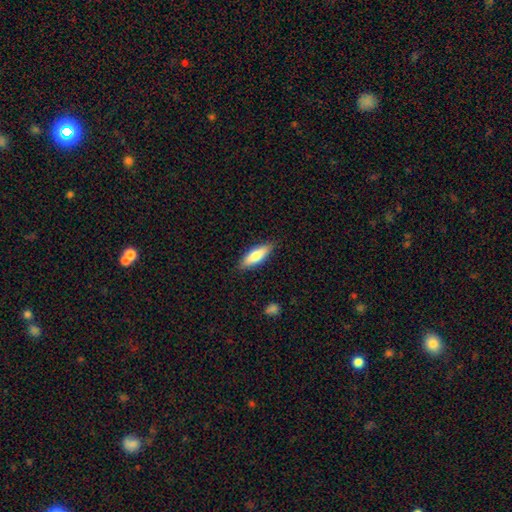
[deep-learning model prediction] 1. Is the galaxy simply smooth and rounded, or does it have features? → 73% smooth, 21% featured or disk, 6% star or artifact.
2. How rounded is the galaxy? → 56% in between, 43% cigar-shaped, 2% round.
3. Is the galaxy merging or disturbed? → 86% none, 10% minor disturbance, 2% major disturbance, 1% merger.